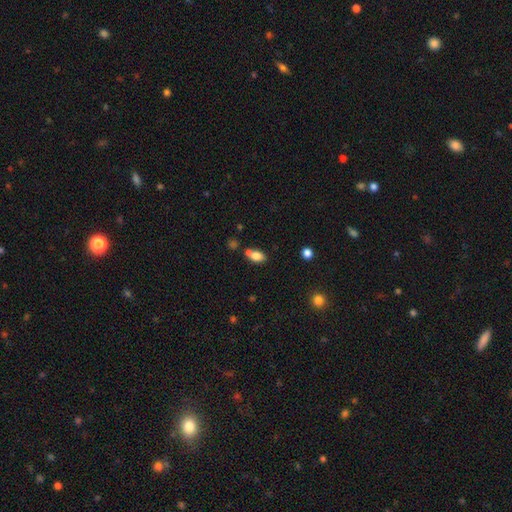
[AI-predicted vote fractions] smooth 80%, featured or disk 11%, star or artifact 9%. Down the decision tree: how rounded — in between (86%); merging — none (49%).